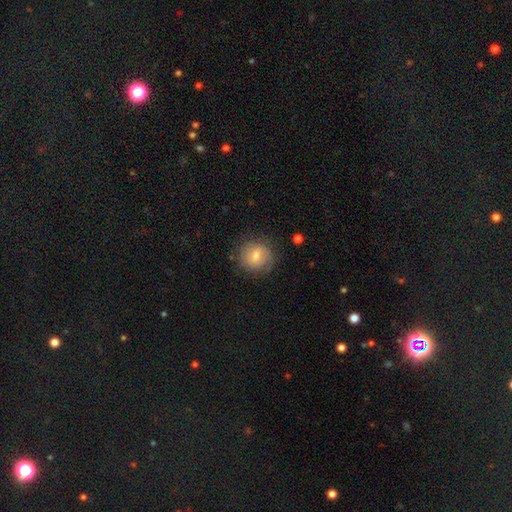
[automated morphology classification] This appears to be a smooth galaxy with no disk features (65%) that is round (88%). Merging: none (76%).